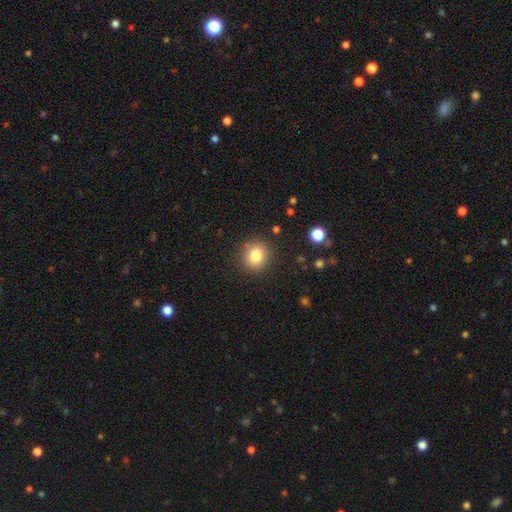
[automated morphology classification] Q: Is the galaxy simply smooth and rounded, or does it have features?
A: smooth — 81%.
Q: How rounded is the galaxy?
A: round — 80%.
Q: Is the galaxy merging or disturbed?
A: none — 86%.